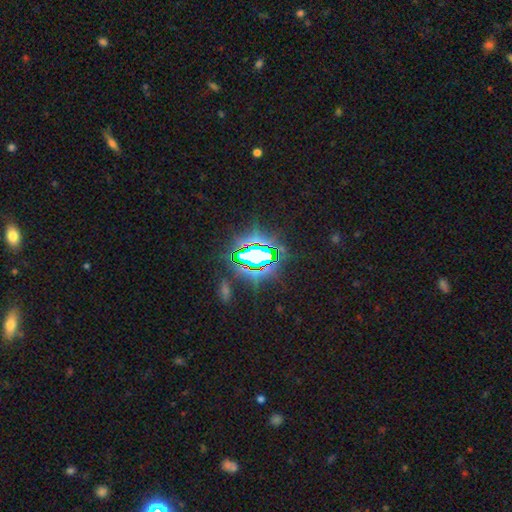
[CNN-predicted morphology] Overall: star or artifact (78%).